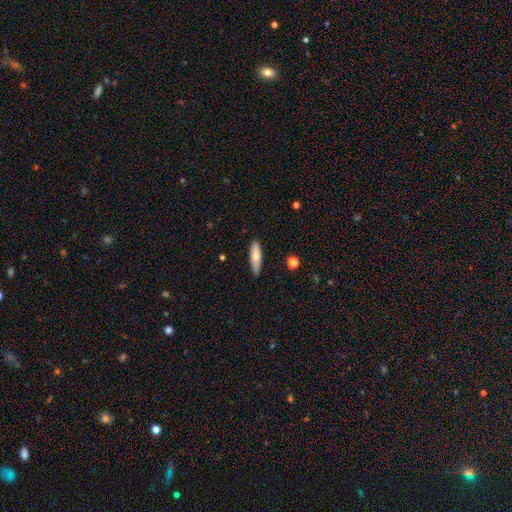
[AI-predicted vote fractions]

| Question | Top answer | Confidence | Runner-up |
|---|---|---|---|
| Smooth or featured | smooth | 76% | featured or disk (18%) |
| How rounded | cigar-shaped | 62% | in between (36%) |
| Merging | none | 86% | minor disturbance (11%) |